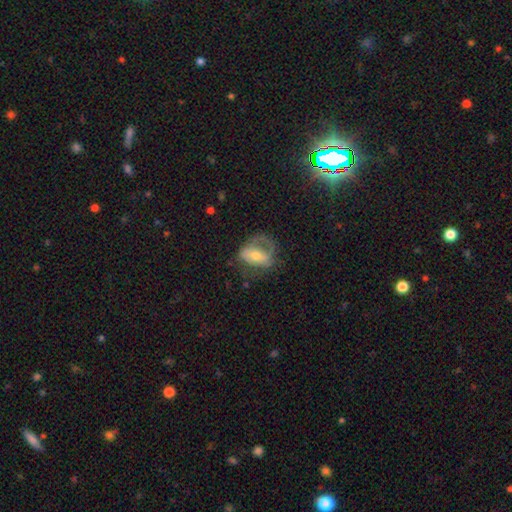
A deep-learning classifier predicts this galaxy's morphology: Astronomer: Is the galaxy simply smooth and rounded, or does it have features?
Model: featured or disk — 55% (runner-up: smooth, 36%).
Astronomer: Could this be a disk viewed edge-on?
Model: no — 93%.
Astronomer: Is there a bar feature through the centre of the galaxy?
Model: no — 41% (runner-up: weak, 31%).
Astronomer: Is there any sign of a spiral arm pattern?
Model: yes — 53% (runner-up: no, 47%).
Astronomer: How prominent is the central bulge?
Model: moderate — 53% (runner-up: small, 39%).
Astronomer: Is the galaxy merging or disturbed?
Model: none — 41% (runner-up: major disturbance, 33%).